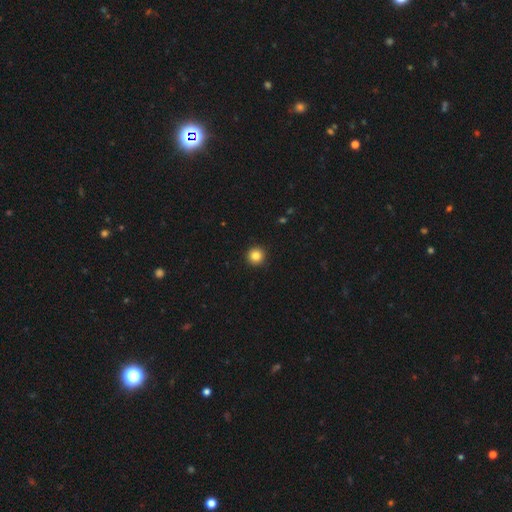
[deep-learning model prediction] smooth 84%, star or artifact 11%, featured or disk 5%. Down the decision tree: how rounded — round (96%); merging — none (94%).